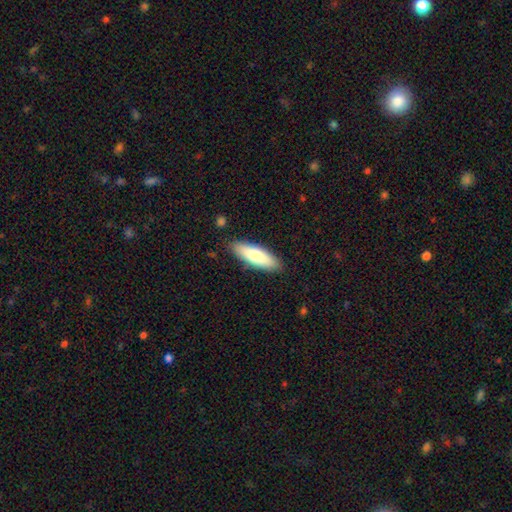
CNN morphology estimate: The model was most divided on "how rounded" (2-way tie): cigar-shaped: 49%, in between: 49%, round: 2%. More confident: merging — none (87%); smooth or featured — smooth (74%).